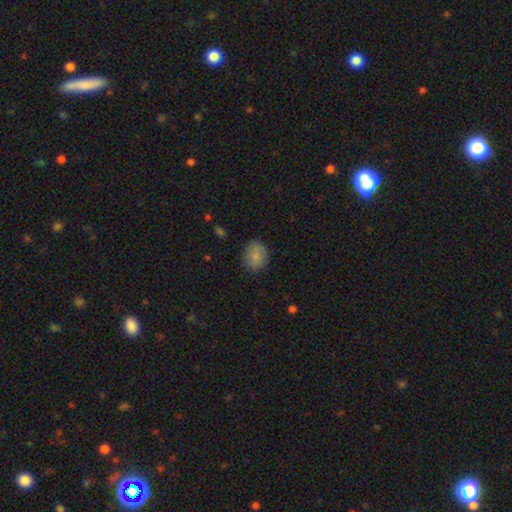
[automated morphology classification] The model was most divided on "how rounded": round: 71%, in between: 28%, cigar-shaped: 1%. More confident: merging — none (82%); smooth or featured — smooth (81%).